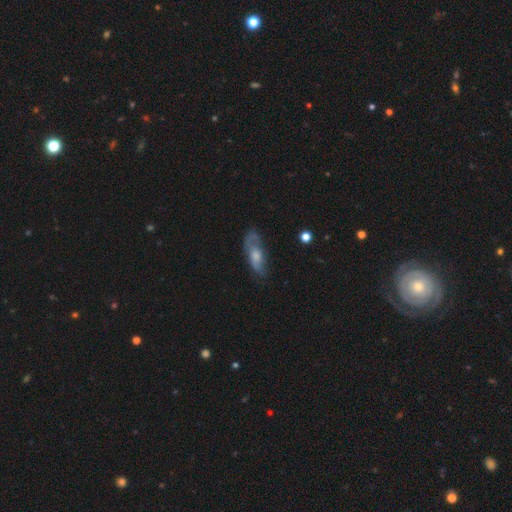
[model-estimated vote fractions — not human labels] Overall: smooth (50%; featured or disk 42%). How rounded: in between (66%; cigar-shaped 31%). Merging: none (52%; minor disturbance 29%).